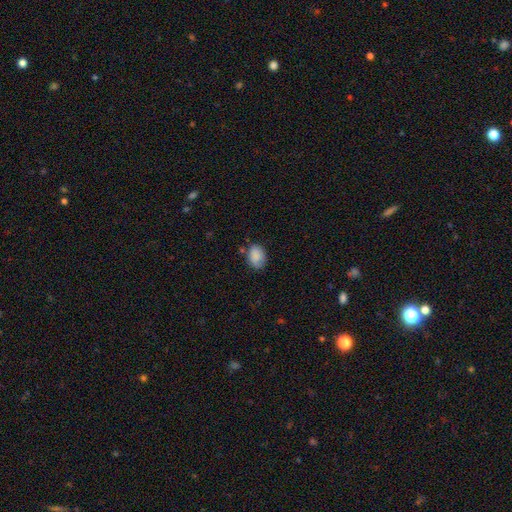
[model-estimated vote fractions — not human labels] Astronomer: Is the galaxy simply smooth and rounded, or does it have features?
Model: smooth — 86%.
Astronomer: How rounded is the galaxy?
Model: in between — 74%.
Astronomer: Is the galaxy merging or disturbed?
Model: none — 67%.